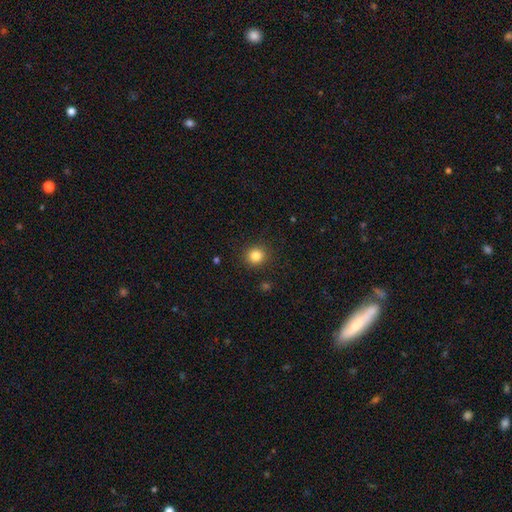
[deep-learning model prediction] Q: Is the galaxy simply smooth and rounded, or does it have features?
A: smooth — 84%.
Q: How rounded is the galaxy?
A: round — 88%.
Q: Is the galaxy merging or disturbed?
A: none — 90%.